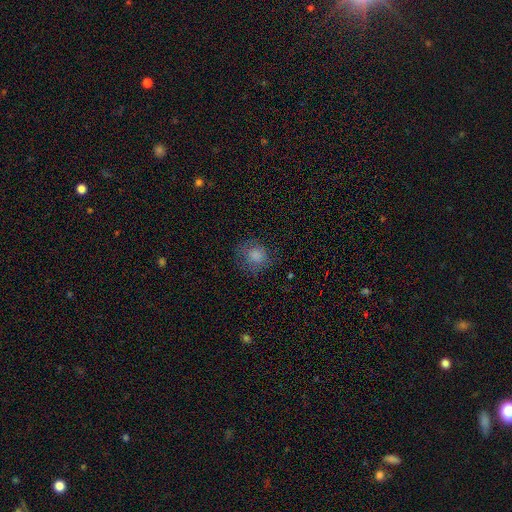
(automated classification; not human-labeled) Smooth or featured?
  - smooth: 81% *
  - star or artifact: 10%
  - featured or disk: 9%
How rounded?
  - round: 82% *
  - in between: 17%
  - cigar-shaped: 1%
Merging?
  - none: 70% *
  - minor disturbance: 19%
  - major disturbance: 9%
  - merger: 1%